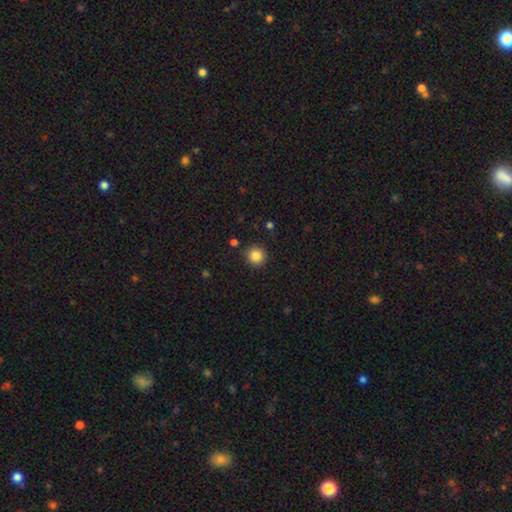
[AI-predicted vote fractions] This is clearly a smooth galaxy (85%). How rounded: clearly round (94%). Merging: clearly none (89%).